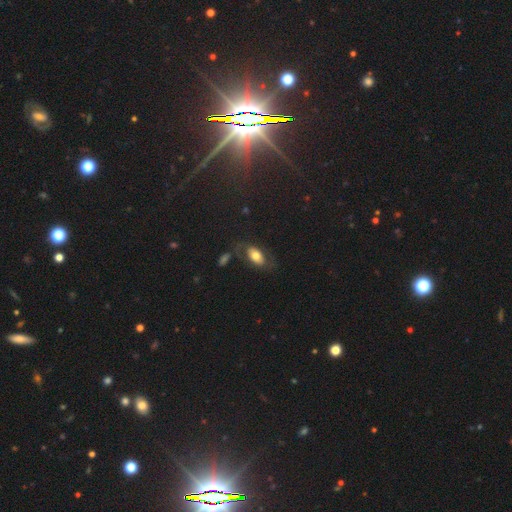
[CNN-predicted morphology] Smooth or featured? Predicted: smooth (p=0.63). How rounded? Predicted: in between (p=0.91). Merging? Predicted: none (p=0.65).